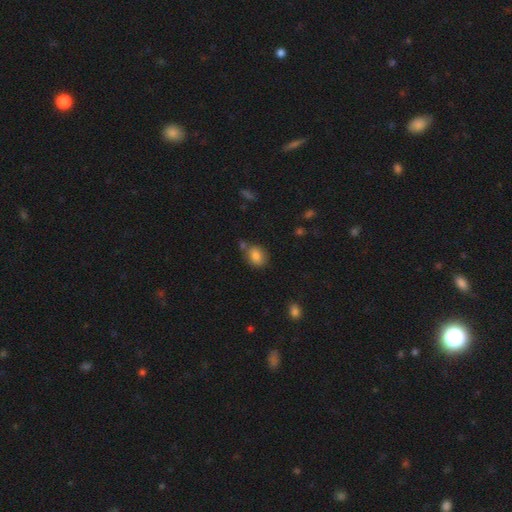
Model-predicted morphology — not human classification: Smooth or featured?
  - smooth: 82% *
  - star or artifact: 10%
  - featured or disk: 8%
How rounded?
  - in between: 59% *
  - round: 40%
  - cigar-shaped: 1%
Merging?
  - none: 68% *
  - minor disturbance: 16%
  - merger: 12%
  - major disturbance: 4%